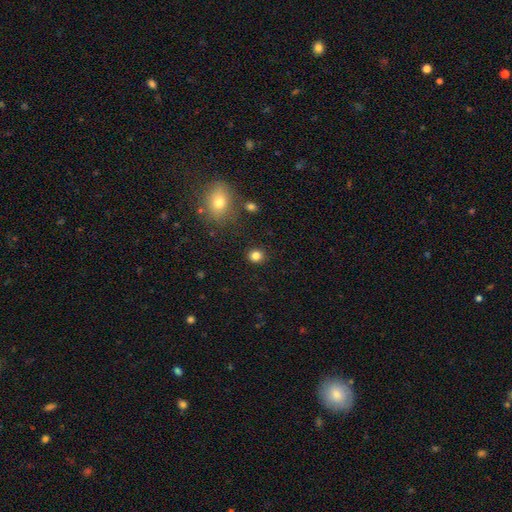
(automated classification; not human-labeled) A smooth galaxy with no disk features (83%) that is round (81%). Merging: none (89%).